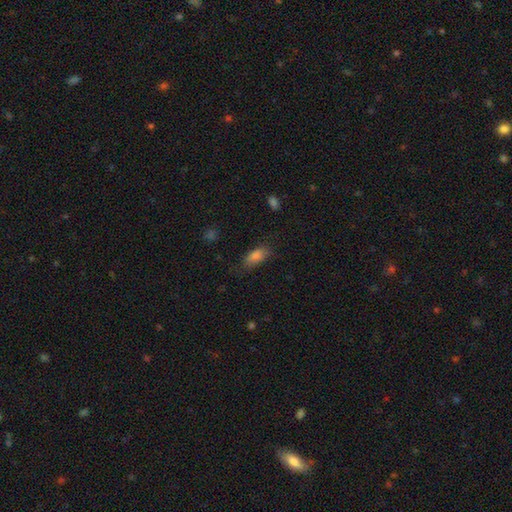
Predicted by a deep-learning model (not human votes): This appears to be a smooth galaxy with no disk features (83%) that is in between round and cigar-shaped (84%). Merging: none (73%).